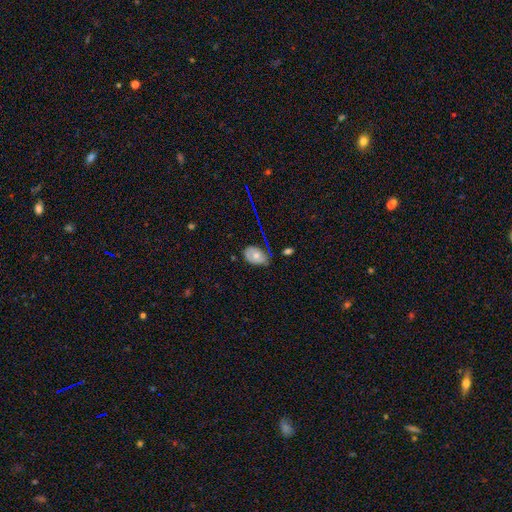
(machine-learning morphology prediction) Smooth or featured? Predicted: smooth (p=0.56). How rounded? Predicted: in between (p=0.82). Merging? Predicted: none (p=0.53).